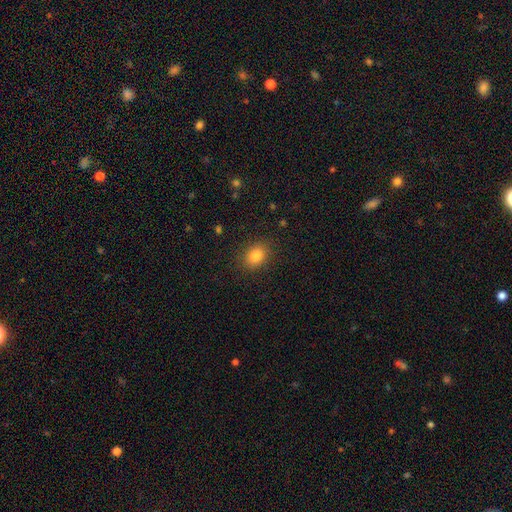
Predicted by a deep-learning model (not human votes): Smooth or featured? Predicted: smooth (p=0.83). How rounded? Predicted: in between (p=0.63). Merging? Predicted: none (p=0.87).